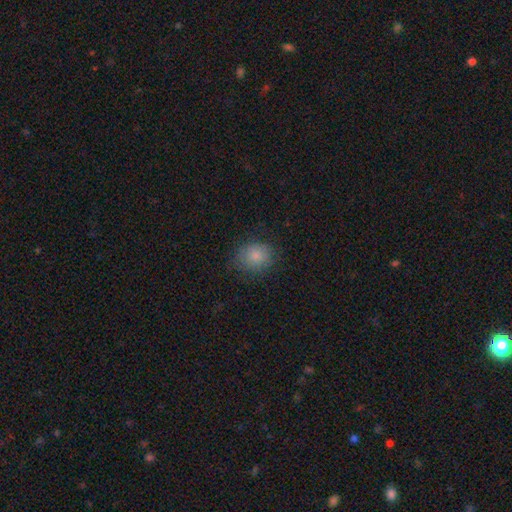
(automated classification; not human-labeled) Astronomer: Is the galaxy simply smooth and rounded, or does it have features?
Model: smooth — 82%.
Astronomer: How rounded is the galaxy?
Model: round — 62%.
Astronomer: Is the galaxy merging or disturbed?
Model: none — 77%.